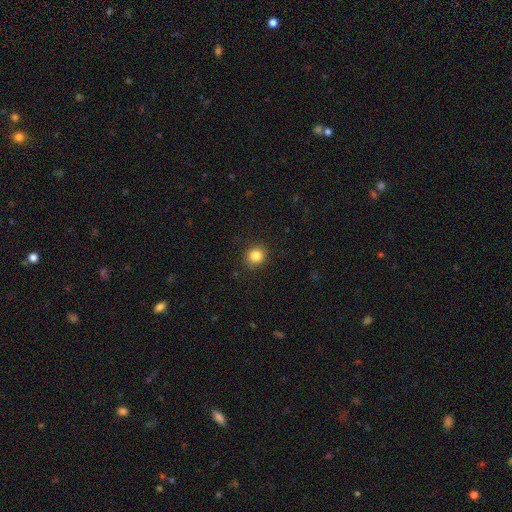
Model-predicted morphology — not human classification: Smooth or featured?
  - smooth: 84% *
  - star or artifact: 11%
  - featured or disk: 5%
How rounded?
  - round: 85% *
  - in between: 14%
  - cigar-shaped: 1%
Merging?
  - none: 88% *
  - minor disturbance: 8%
  - major disturbance: 2%
  - merger: 1%